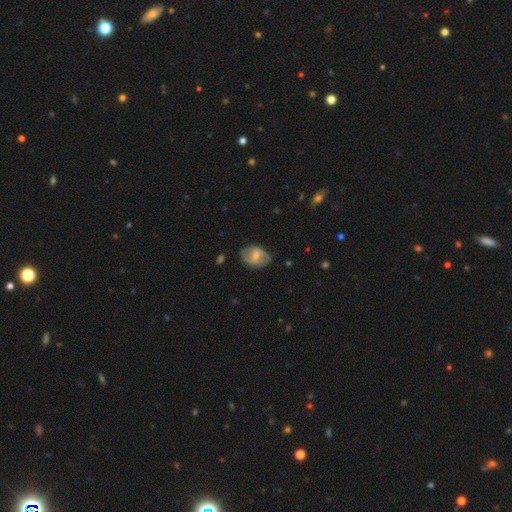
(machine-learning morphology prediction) featured or disk 58%, smooth 35%, star or artifact 7%. Down the decision tree: edge-on disk — no (96%); bar — weak (51%); spiral arms — yes (76%); bulge size — small (46%); merging — none (69%).